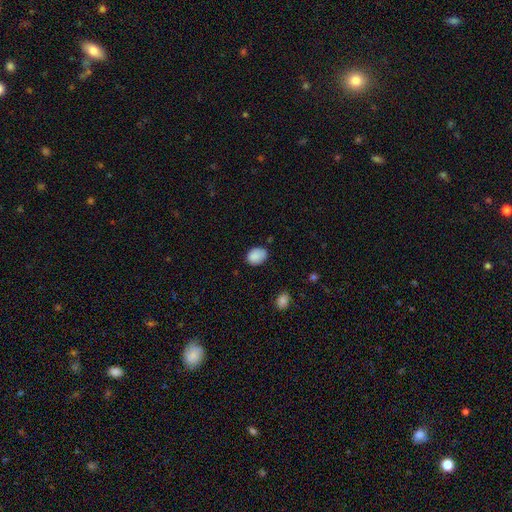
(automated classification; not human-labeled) The model was most divided on "how rounded": in between: 69%, round: 30%, cigar-shaped: 1%. More confident: smooth or featured — smooth (87%); merging — none (73%).